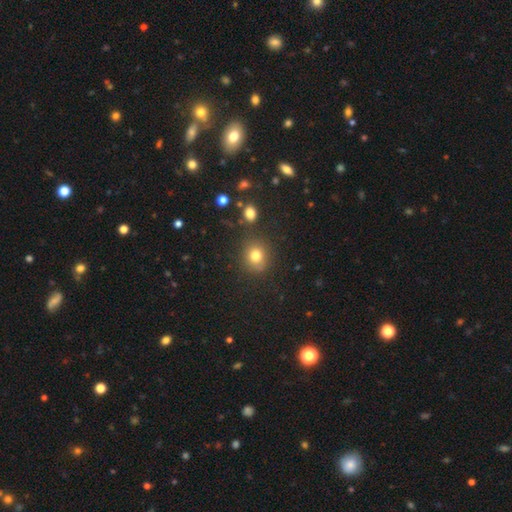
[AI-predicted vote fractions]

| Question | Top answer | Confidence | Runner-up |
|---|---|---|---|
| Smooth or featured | smooth | 79% | star or artifact (13%) |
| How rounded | round | 76% | in between (23%) |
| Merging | none | 80% | minor disturbance (11%) |